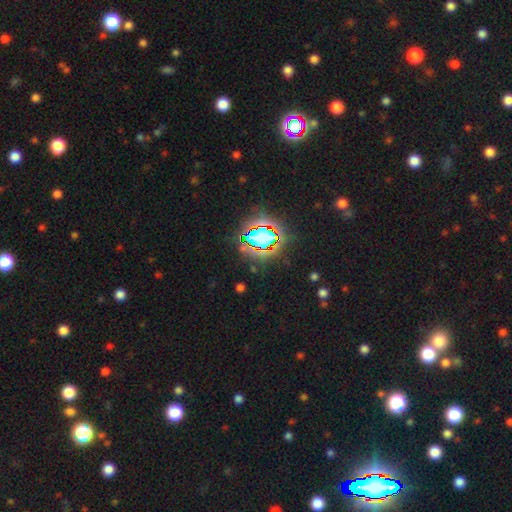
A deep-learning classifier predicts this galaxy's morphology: Smooth or featured? Predicted: star or artifact (p=0.81).